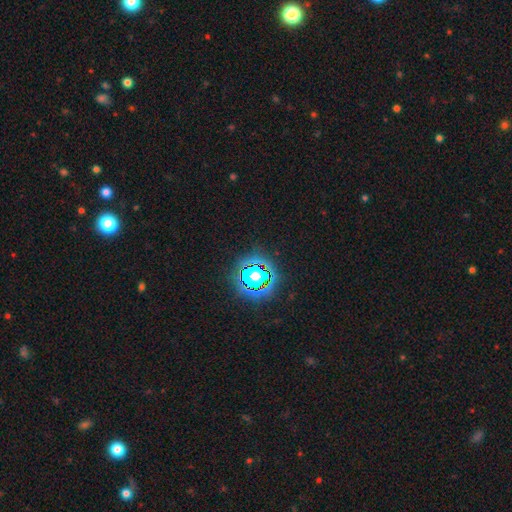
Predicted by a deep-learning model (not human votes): star or artifact 85%, smooth 9%, featured or disk 6%.